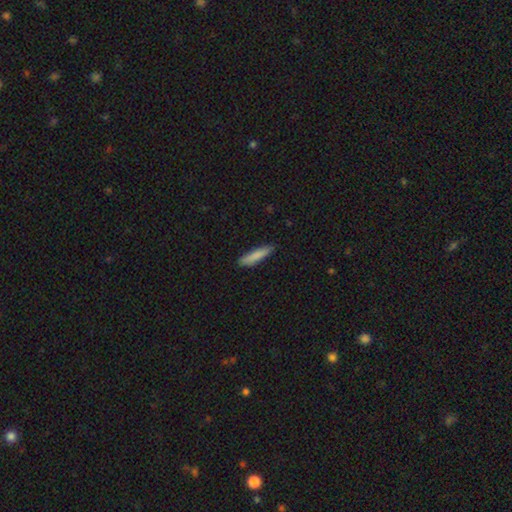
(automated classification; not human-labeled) The model was most divided on "how rounded": cigar-shaped: 84%, in between: 15%, round: 1%. More confident: merging — none (84%); smooth or featured — smooth (84%).